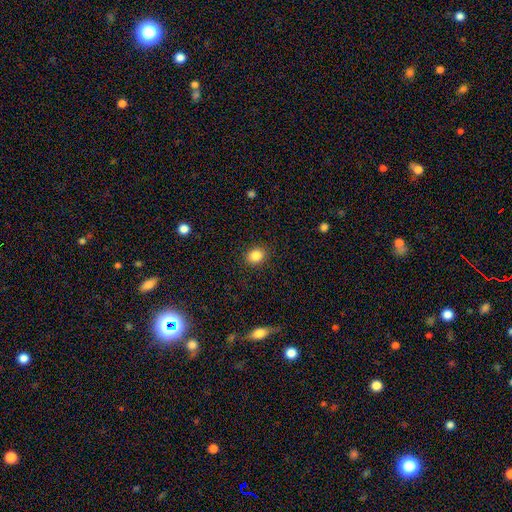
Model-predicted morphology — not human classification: A smooth galaxy with no disk features (85%) that is round (59%).

Vote fractions:
- Smooth or featured? smooth: 85% / star or artifact: 10% / featured or disk: 5%
- How rounded? round: 59% / in between: 40% / cigar-shaped: 1%
- Merging? none: 89% / minor disturbance: 8% / major disturbance: 2% / merger: 1%